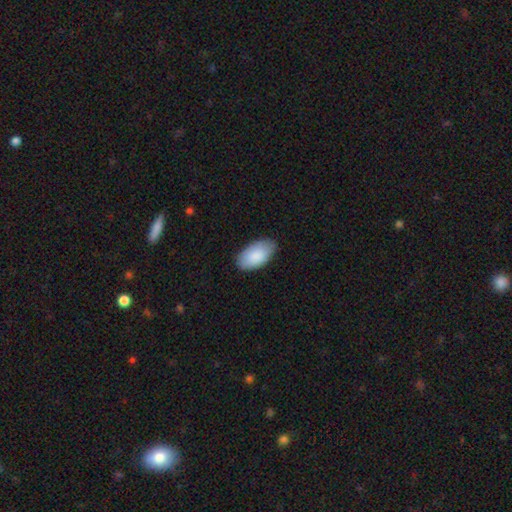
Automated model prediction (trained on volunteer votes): smooth_or_featured: smooth (p=0.88) [alt: featured or disk p=0.06]
how_rounded: in between (p=0.96) [alt: round p=0.02]
merging: none (p=0.80) [alt: minor disturbance p=0.16]